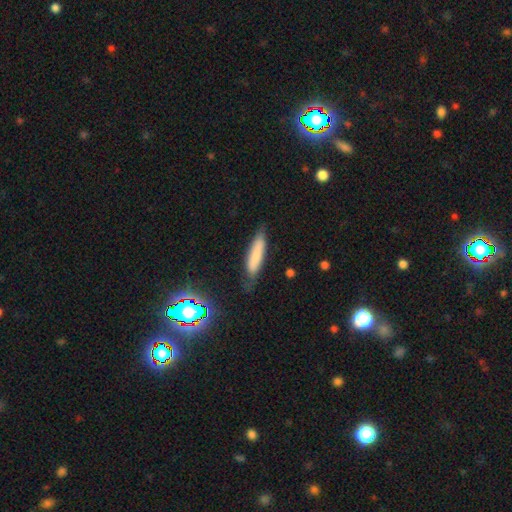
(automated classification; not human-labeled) This is likely a smooth galaxy (73%). How rounded: likely cigar-shaped (76%). Merging: likely none (69%).